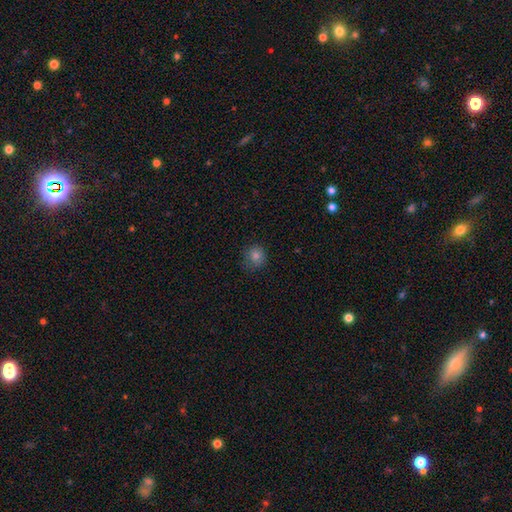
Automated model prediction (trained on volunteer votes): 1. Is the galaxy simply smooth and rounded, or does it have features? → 80% smooth, 14% star or artifact, 7% featured or disk.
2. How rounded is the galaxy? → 88% round, 11% in between, 1% cigar-shaped.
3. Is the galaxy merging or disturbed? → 80% none, 15% minor disturbance, 4% major disturbance, 1% merger.